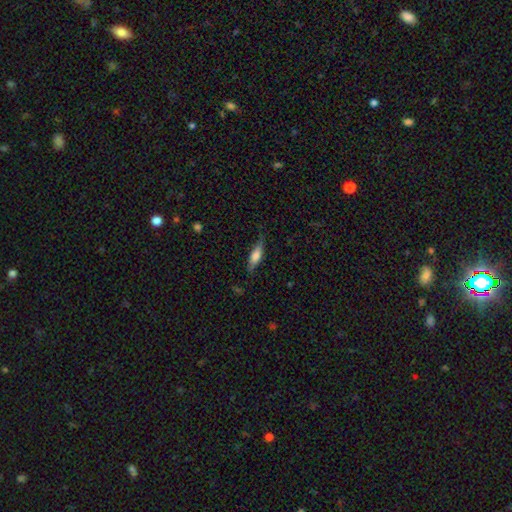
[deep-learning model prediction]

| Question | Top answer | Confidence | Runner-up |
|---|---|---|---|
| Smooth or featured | smooth | 61% | featured or disk (32%) |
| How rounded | cigar-shaped | 49% | in between (48%) |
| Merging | none | 75% | minor disturbance (19%) |